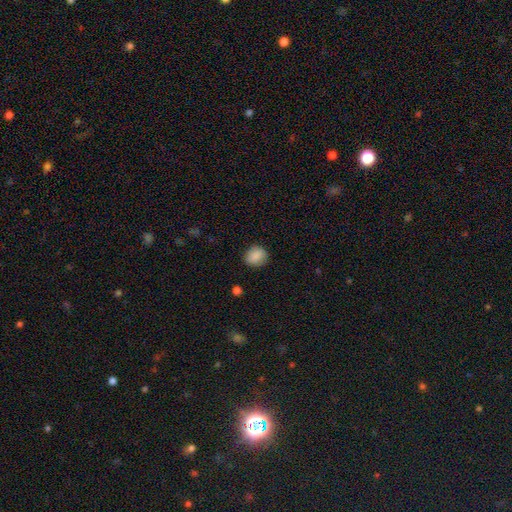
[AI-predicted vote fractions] A smooth galaxy with no disk features (87%) that is round (71%). Merging: none (85%).